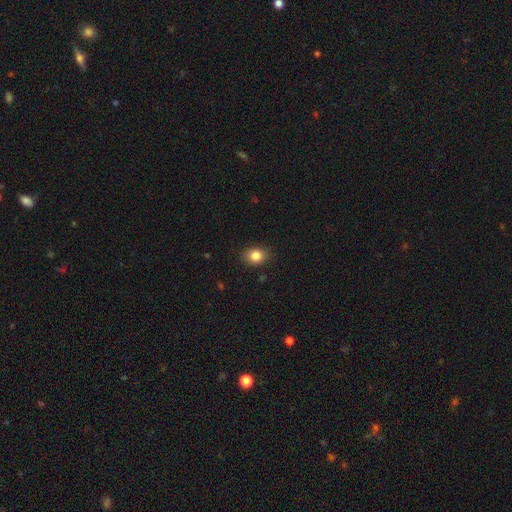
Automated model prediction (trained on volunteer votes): Morphology: type=smooth (84%); roundness=in between (50%); merging=none (86%).